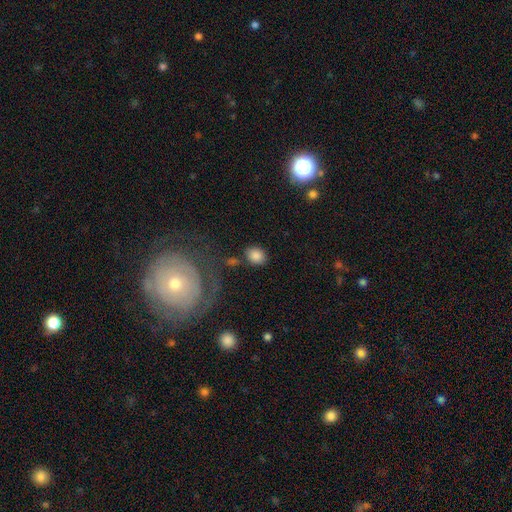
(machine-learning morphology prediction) This is clearly a smooth galaxy (83%). How rounded: possibly round (58%). Merging: likely none (73%).